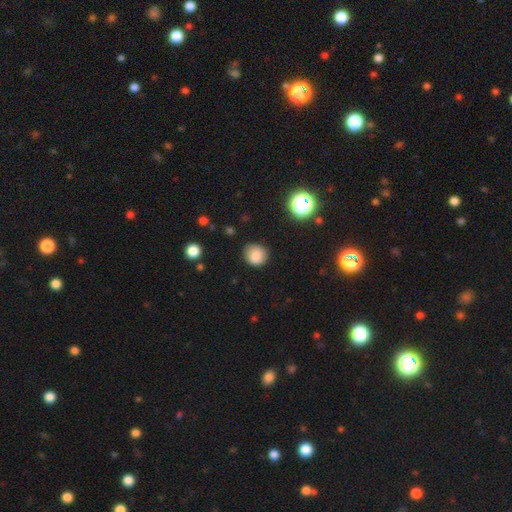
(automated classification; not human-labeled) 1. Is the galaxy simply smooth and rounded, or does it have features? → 84% smooth, 11% star or artifact, 5% featured or disk.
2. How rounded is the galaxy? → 86% round, 13% in between, 1% cigar-shaped.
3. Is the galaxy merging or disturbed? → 82% none, 13% minor disturbance, 3% major disturbance, 1% merger.